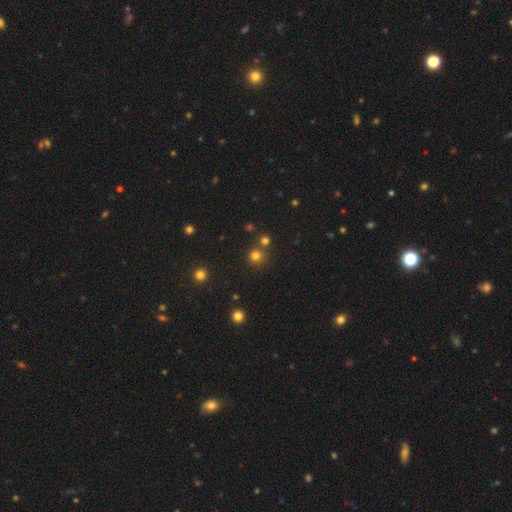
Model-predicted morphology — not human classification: A smooth galaxy with no disk features (75%) that is round (94%). Merging: none (77%).